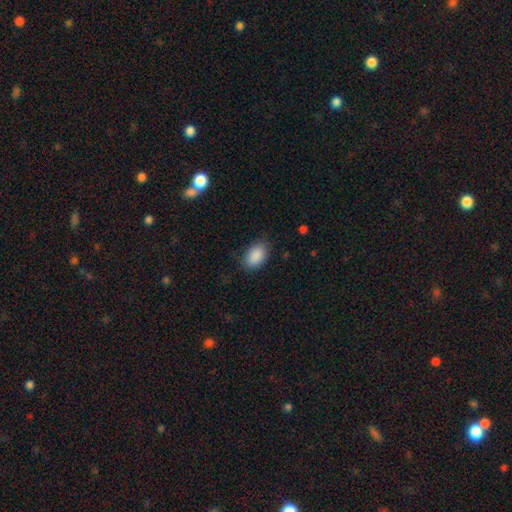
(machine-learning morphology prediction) Overall: smooth (90%). How rounded: in between (88%). Merging: none (82%).